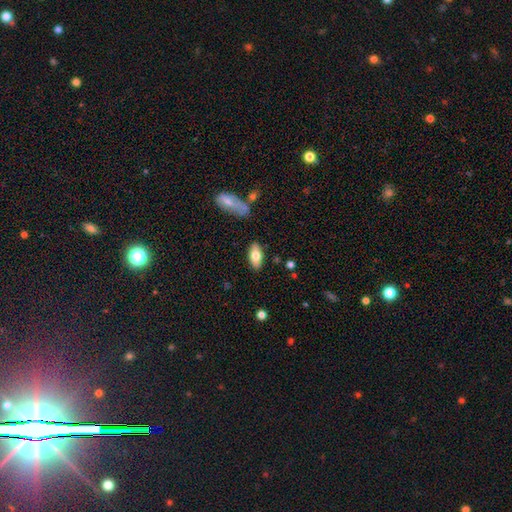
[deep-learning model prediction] Morphology: type=smooth (73%); roundness=in between (87%); merging=none (84%).